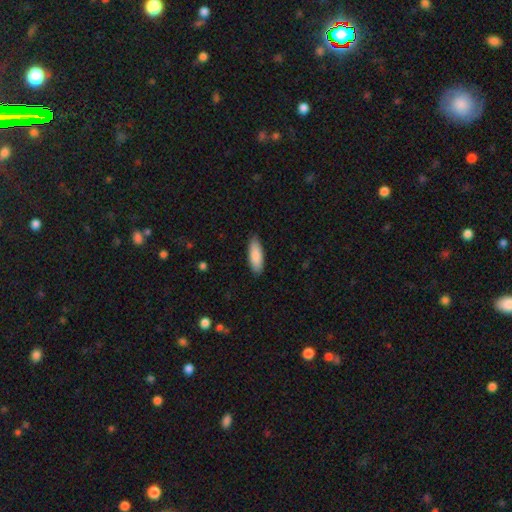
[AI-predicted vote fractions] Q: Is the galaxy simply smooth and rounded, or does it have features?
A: smooth — 87%.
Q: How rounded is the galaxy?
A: in between — 65%.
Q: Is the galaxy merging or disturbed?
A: none — 88%.